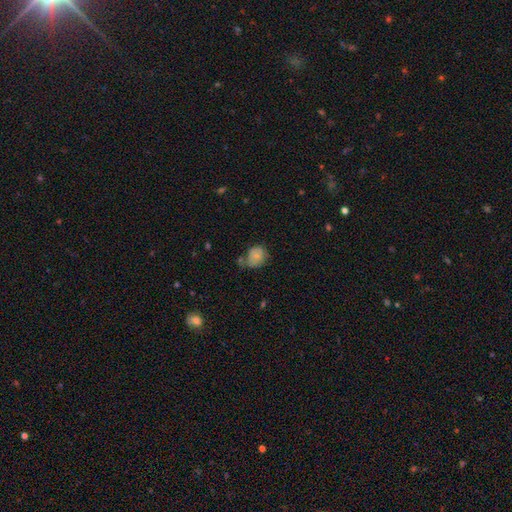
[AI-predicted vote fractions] The model was most divided on "how rounded": round: 55%, in between: 44%, cigar-shaped: 1%. Remaining: smooth or featured — smooth (76%); merging — none (46%).